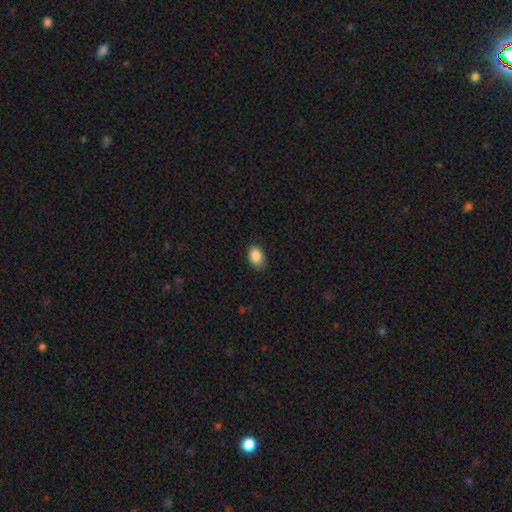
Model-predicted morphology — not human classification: A smooth galaxy with no disk features (87%) that is in between round and cigar-shaped (86%). Merging: none (79%).